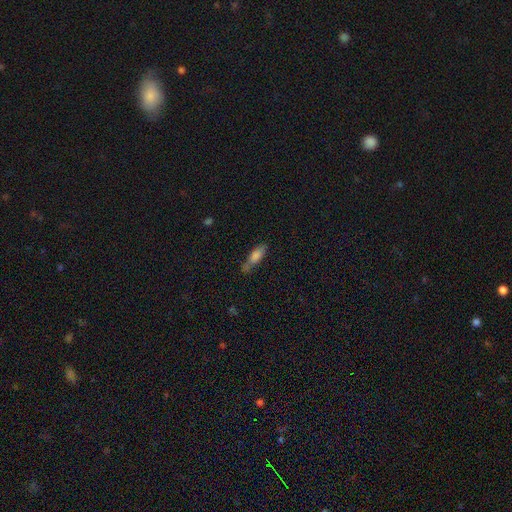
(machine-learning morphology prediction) This appears to be a smooth galaxy with no disk features (70%) that is cigar-shaped (53%). Merging: none (57%).